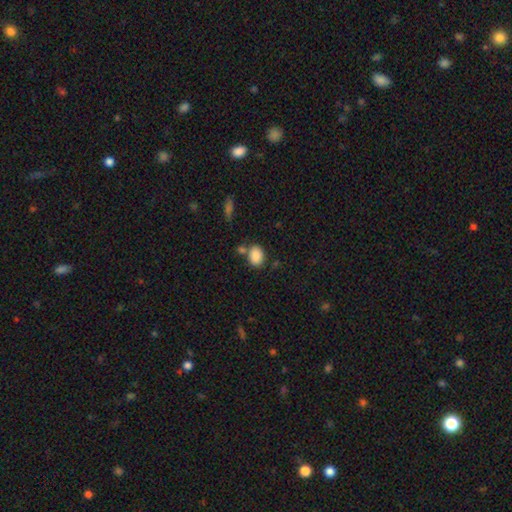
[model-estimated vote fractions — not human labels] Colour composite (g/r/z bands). It shows a smooth galaxy with no disk features (87%) that is in between round and cigar-shaped (72%). Merging: none (67%).